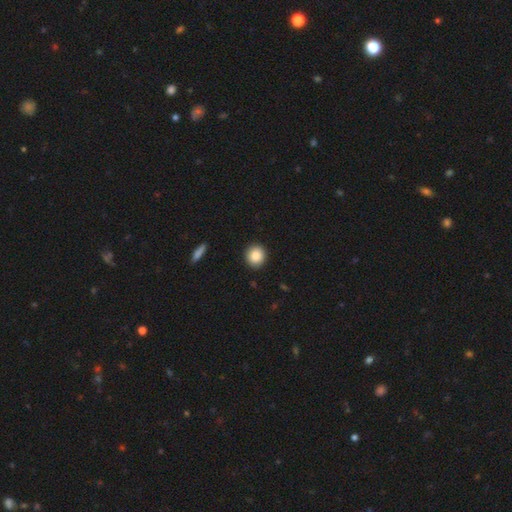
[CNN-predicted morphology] A smooth galaxy with no disk features (87%) that is round (88%). Merging: none (92%).